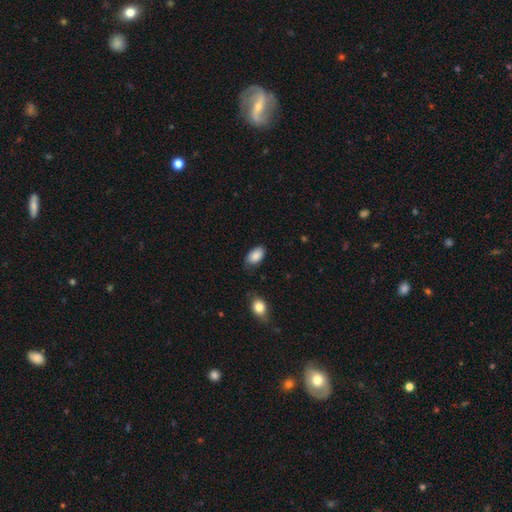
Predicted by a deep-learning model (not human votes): Overall: smooth (86%). How rounded: in between (94%). Merging: none (71%).